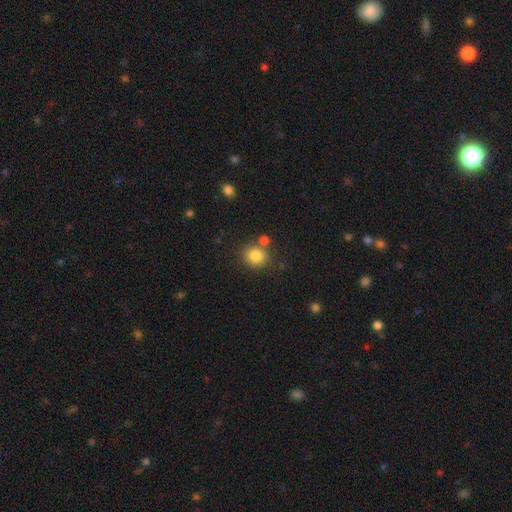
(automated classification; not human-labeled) The model was most divided on "merging": none: 71%, merger: 14%, minor disturbance: 11%, major disturbance: 4%. More confident: smooth or featured — smooth (84%); how rounded — round (78%).